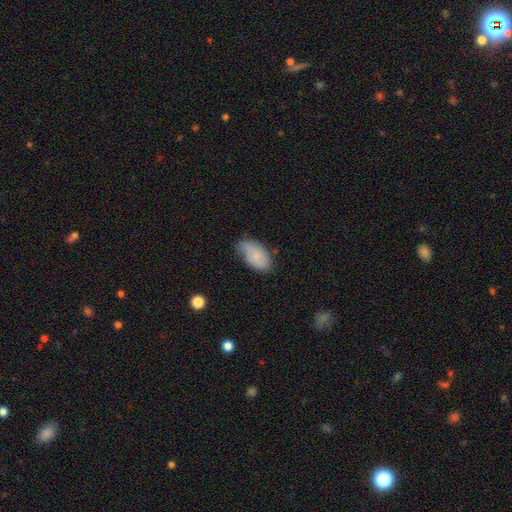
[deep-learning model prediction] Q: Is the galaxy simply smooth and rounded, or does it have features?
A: smooth — 74%.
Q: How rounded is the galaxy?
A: in between — 94%.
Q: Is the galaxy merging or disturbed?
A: none — 50%.